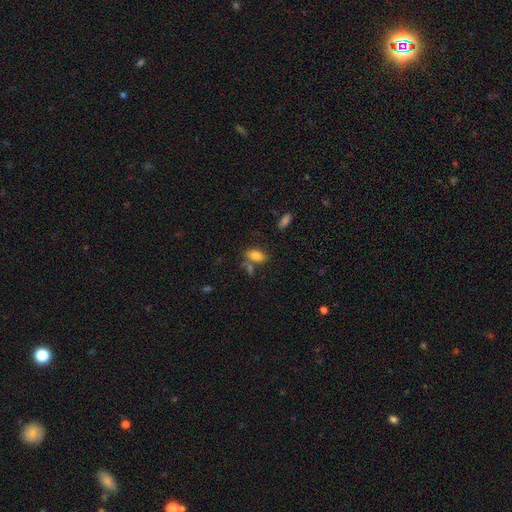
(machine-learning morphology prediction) A smooth galaxy with no disk features (81%) that is in between round and cigar-shaped (88%).

Vote fractions:
- Smooth or featured? smooth: 81% / star or artifact: 9% / featured or disk: 9%
- How rounded? in between: 88% / cigar-shaped: 6% / round: 5%
- Merging? none: 61% / merger: 19% / minor disturbance: 15% / major disturbance: 5%